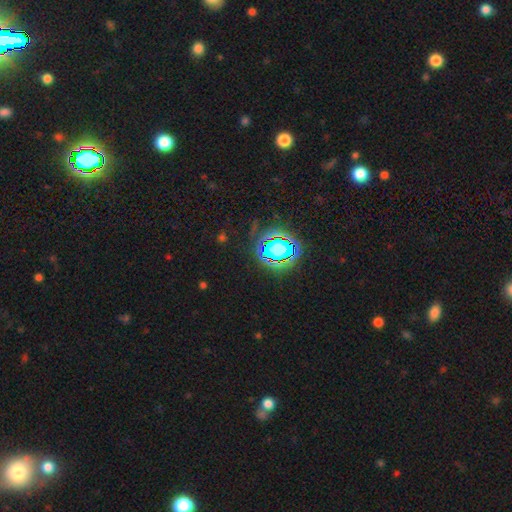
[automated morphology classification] This appears to be a star or artifact, not a galaxy (77%).